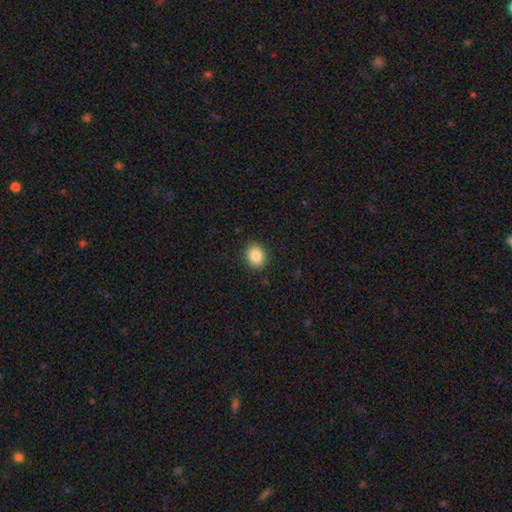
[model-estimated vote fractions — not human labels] Smooth or featured? Predicted: smooth (p=0.85). How rounded? Predicted: round (p=0.57). Merging? Predicted: none (p=0.89).